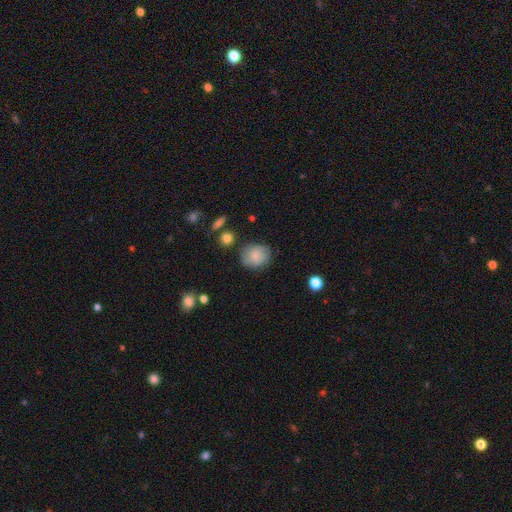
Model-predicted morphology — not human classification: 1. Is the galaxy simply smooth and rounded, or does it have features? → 81% smooth, 11% featured or disk, 8% star or artifact.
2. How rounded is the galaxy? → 68% round, 31% in between, 1% cigar-shaped.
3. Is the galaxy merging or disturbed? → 74% none, 19% minor disturbance, 5% major disturbance, 2% merger.